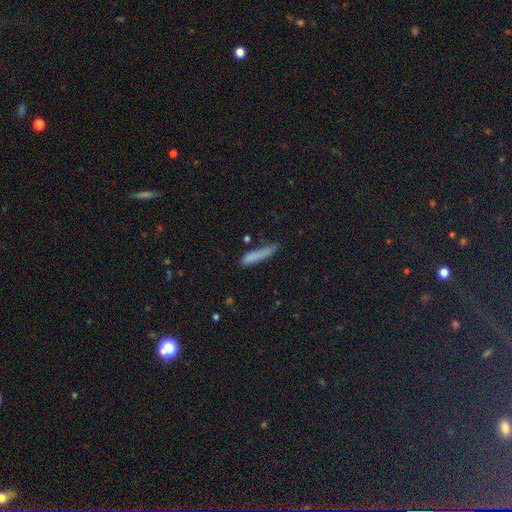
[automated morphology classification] This appears to be a smooth galaxy with no disk features (80%) that is cigar-shaped (90%). Merging: none (69%).